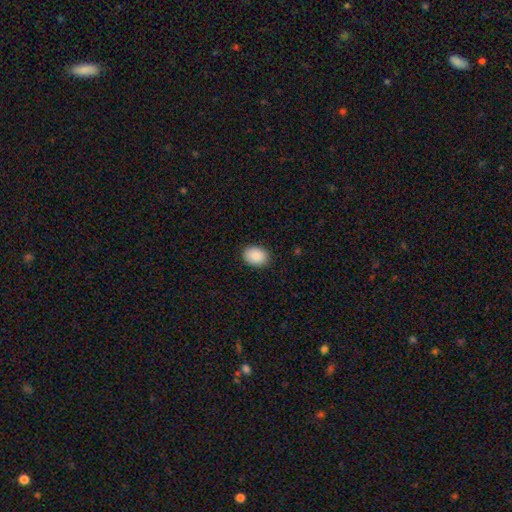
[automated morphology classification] Q: Smooth or featured?
A: smooth (90%); runner-up: star or artifact (7%)
Q: How rounded?
A: in between (70%); runner-up: round (30%)
Q: Merging?
A: none (89%); runner-up: minor disturbance (8%)